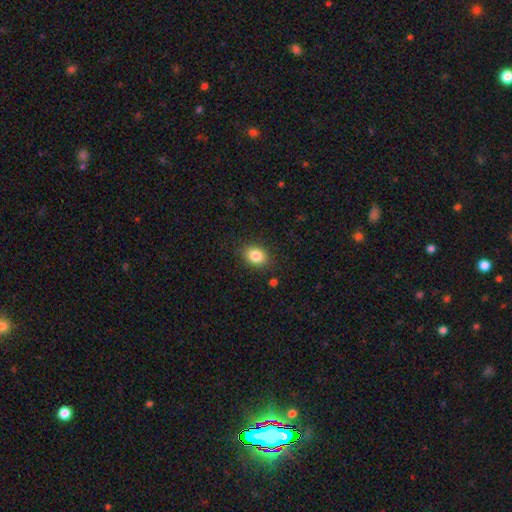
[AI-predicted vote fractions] A smooth galaxy with no disk features (84%) that is in between round and cigar-shaped (68%). Merging: none (86%).